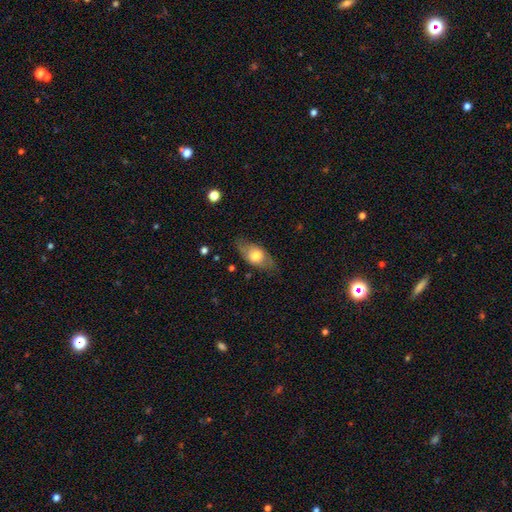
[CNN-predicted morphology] Q: Smooth or featured?
A: smooth (56%); runner-up: featured or disk (37%)
Q: How rounded?
A: in between (80%); runner-up: round (11%)
Q: Merging?
A: none (71%); runner-up: minor disturbance (19%)